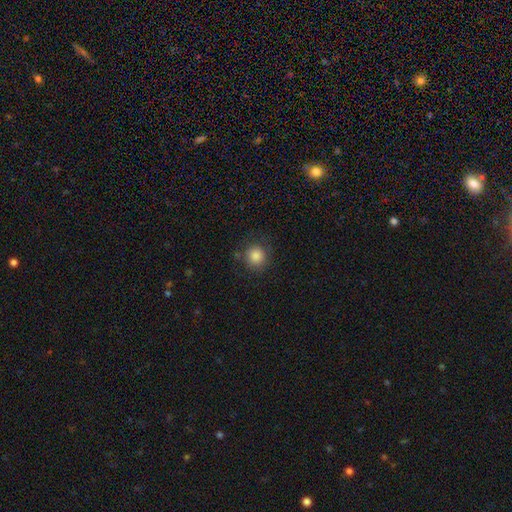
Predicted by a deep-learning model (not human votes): A smooth galaxy with no disk features (85%) that is round (88%).

Vote fractions:
- Smooth or featured? smooth: 85% / star or artifact: 10% / featured or disk: 5%
- How rounded? round: 88% / in between: 11% / cigar-shaped: 1%
- Merging? none: 81% / minor disturbance: 12% / major disturbance: 4% / merger: 2%